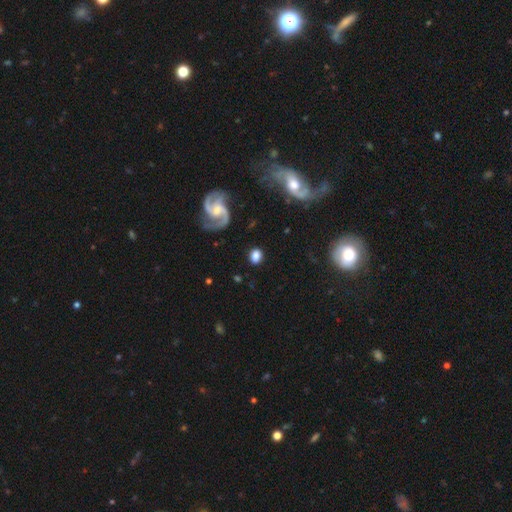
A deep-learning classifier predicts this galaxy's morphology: This appears to be a smooth galaxy with no disk features (66%) that is in between round and cigar-shaped (53%). Merging: none (81%).